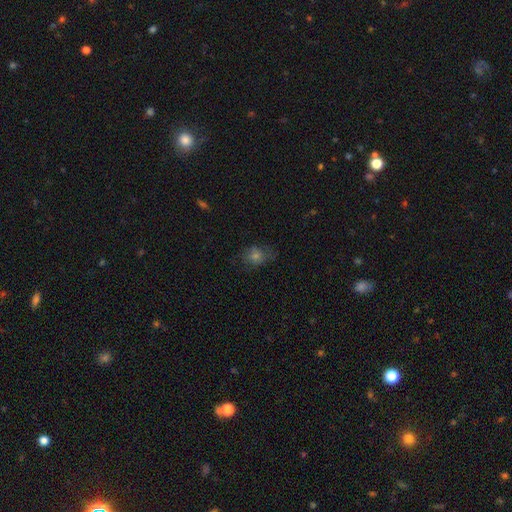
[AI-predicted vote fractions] Smooth or featured? Predicted: smooth (p=0.57). How rounded? Predicted: round (p=0.58). Merging? Predicted: none (p=0.66).